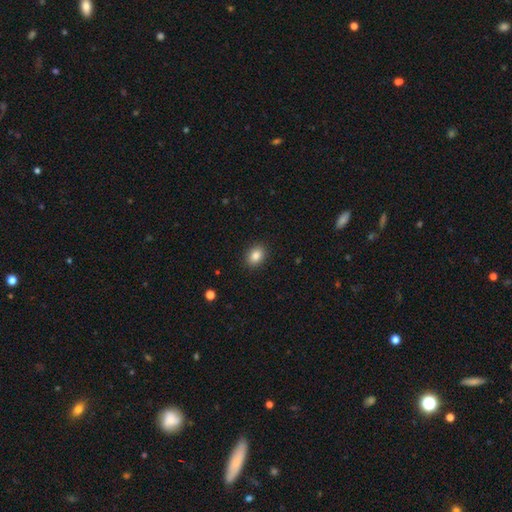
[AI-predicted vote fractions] smooth-or-featured: smooth: 85% | star or artifact: 9% | featured or disk: 6%
  how-rounded: in between: 68% | round: 31% | cigar-shaped: 1%
  merging: none: 90% | minor disturbance: 7% | major disturbance: 2% | merger: 1%